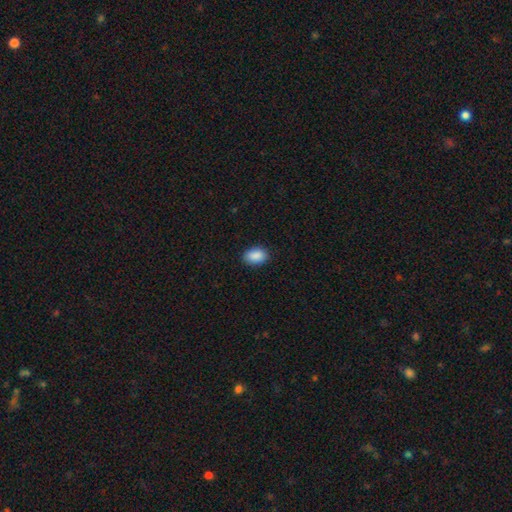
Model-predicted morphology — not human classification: Smooth or featured: smooth — 90% (star or artifact — 7%)
How rounded: in between — 87% (round — 11%)
Merging: none — 87% (minor disturbance — 9%)